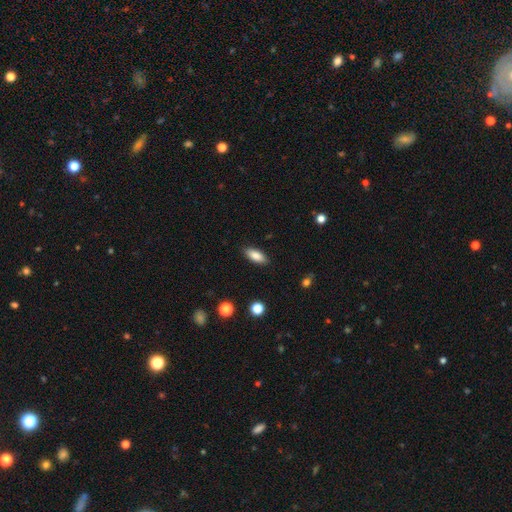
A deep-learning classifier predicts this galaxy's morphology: This is clearly a smooth galaxy (85%). How rounded: likely in between (80%). Merging: clearly none (88%).